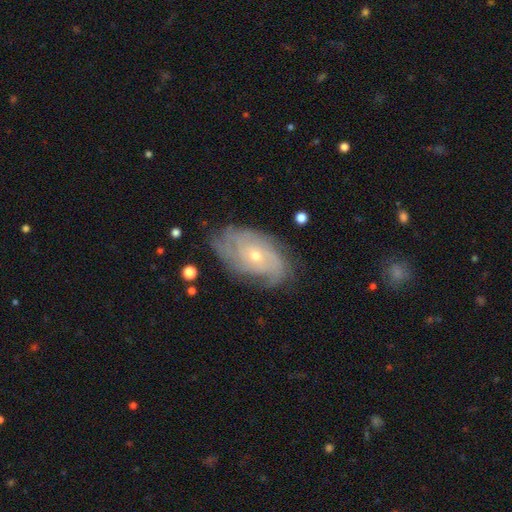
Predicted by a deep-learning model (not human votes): Smooth or featured? featured or disk (81%)
Edge-on disk? no (95%)
Bar? no (77%)
Spiral arms? yes (93%)
Spiral winding? tight (65%)
Spiral arm count? can't tell (42%)
Bulge size? small (63%)
Merging? none (72%)